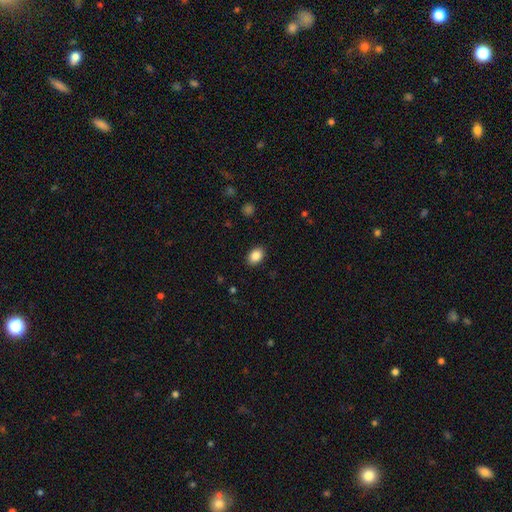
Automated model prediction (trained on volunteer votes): Q: Smooth or featured?
A: smooth (86%); runner-up: star or artifact (9%)
Q: How rounded?
A: in between (79%); runner-up: round (20%)
Q: Merging?
A: none (89%); runner-up: minor disturbance (8%)